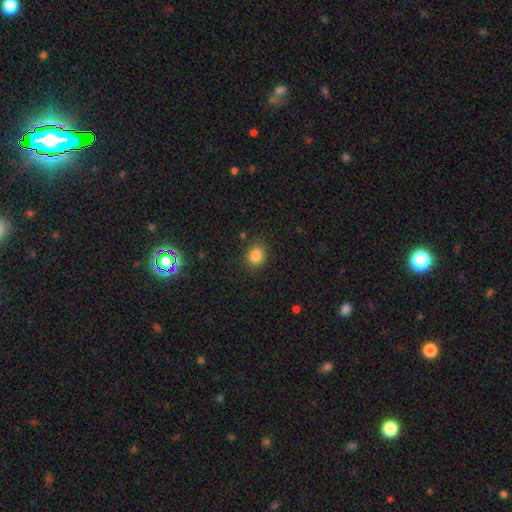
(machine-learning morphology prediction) Smooth or featured? smooth (84%)
How rounded? round (73%)
Merging? none (84%)